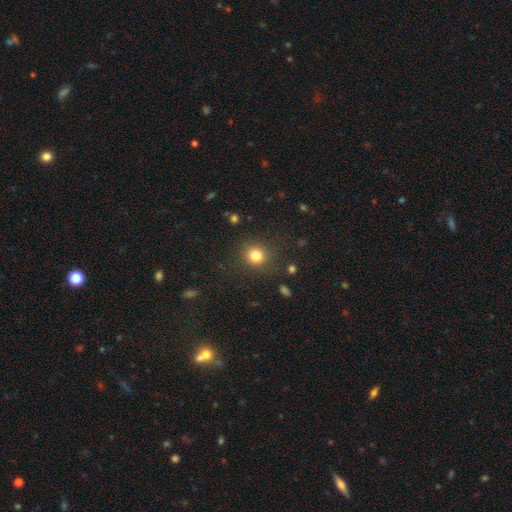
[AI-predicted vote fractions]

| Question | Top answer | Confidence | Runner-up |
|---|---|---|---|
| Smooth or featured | smooth | 82% | star or artifact (12%) |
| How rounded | round | 88% | in between (11%) |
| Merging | none | 87% | minor disturbance (8%) |